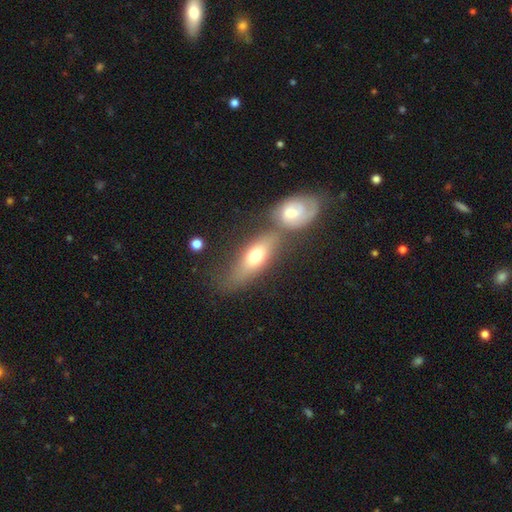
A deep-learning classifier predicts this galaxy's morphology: A featured or disk galaxy (48%). Merging: merger (57%).